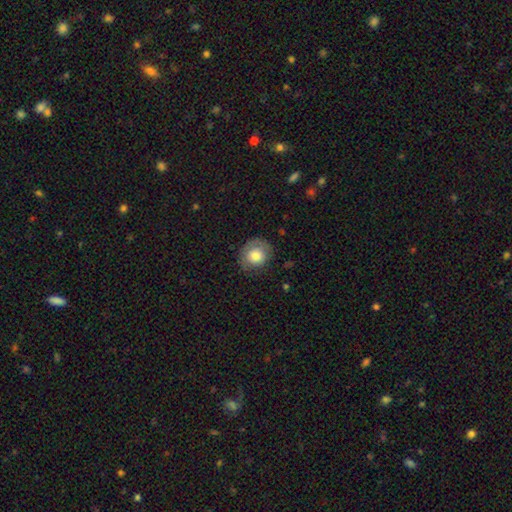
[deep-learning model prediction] Smooth or featured?
  - smooth: 72% *
  - featured or disk: 20%
  - star or artifact: 8%
How rounded?
  - round: 81% *
  - in between: 18%
  - cigar-shaped: 1%
Merging?
  - none: 71% *
  - minor disturbance: 20%
  - major disturbance: 8%
  - merger: 1%